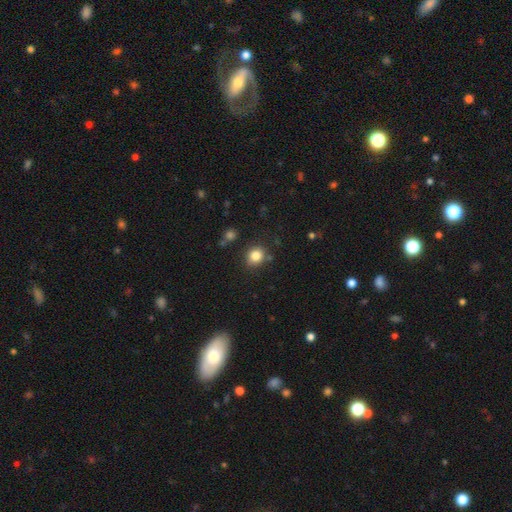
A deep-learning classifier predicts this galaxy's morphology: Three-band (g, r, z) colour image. It shows a smooth galaxy with no disk features (82%) that is round (73%). Merging: none (81%).